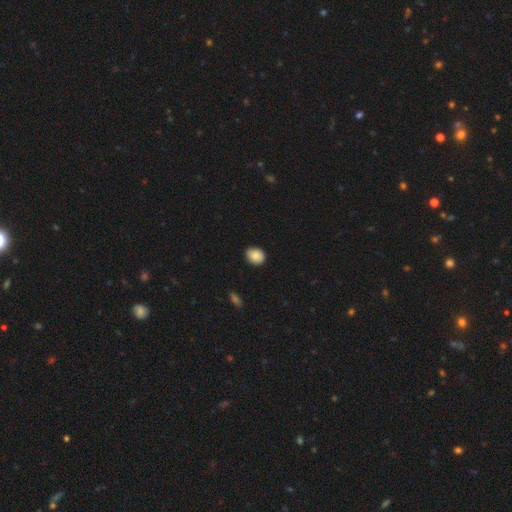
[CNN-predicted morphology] Overall: smooth (87%). How rounded: round (52%; in between 47%). Merging: none (85%).